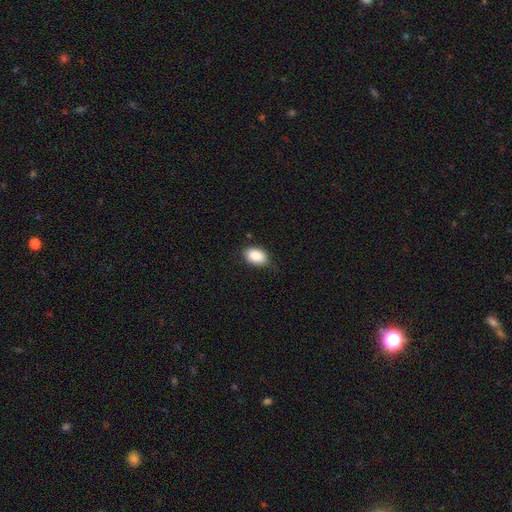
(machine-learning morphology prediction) Smooth or featured? smooth (88%)
How rounded? in between (84%)
Merging? none (73%)